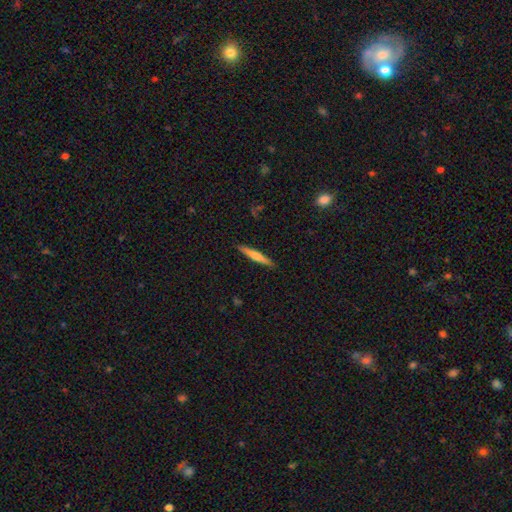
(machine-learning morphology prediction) Smooth or featured: smooth — 58% (featured or disk — 37%)
How rounded: cigar-shaped — 94% (in between — 4%)
Merging: none — 91% (minor disturbance — 7%)